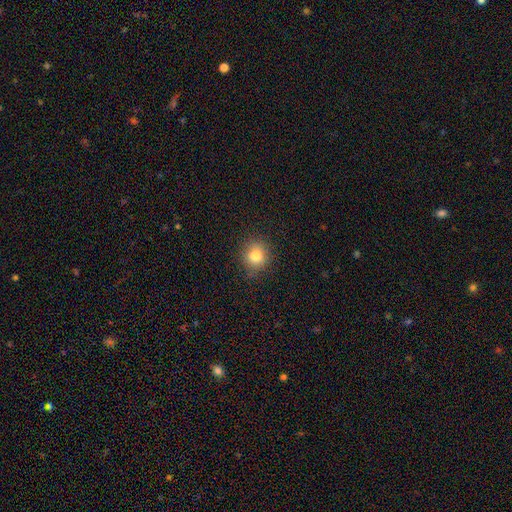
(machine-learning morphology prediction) smooth 80%, star or artifact 12%, featured or disk 7%. Down the decision tree: how rounded — round (87%); merging — none (87%).